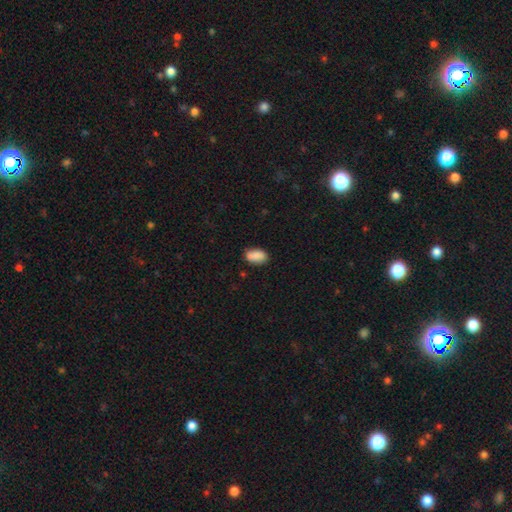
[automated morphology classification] Q: Smooth or featured?
A: smooth (87%); runner-up: star or artifact (8%)
Q: How rounded?
A: in between (91%); runner-up: round (6%)
Q: Merging?
A: none (75%); runner-up: minor disturbance (17%)